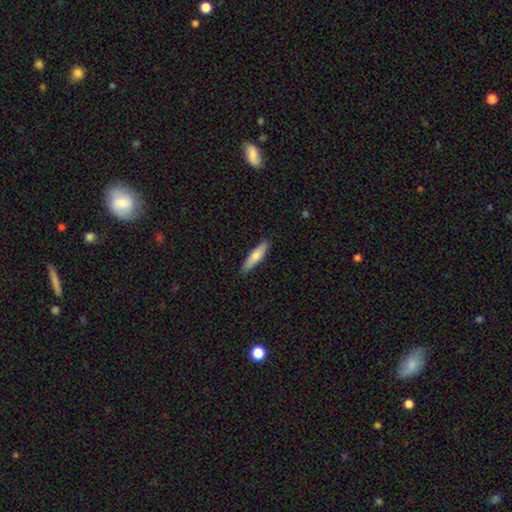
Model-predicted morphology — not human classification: smooth 67%, featured or disk 27%, star or artifact 6%. Down the decision tree: how rounded — cigar-shaped (79%); merging — none (89%).